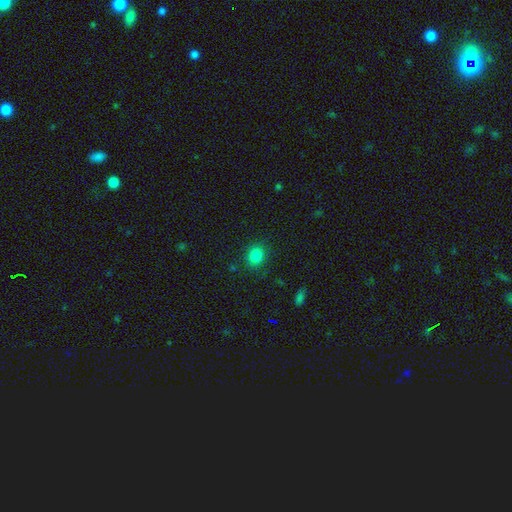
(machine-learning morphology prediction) smooth 83%, star or artifact 12%, featured or disk 5%. Down the decision tree: how rounded — round (65%); merging — none (86%).